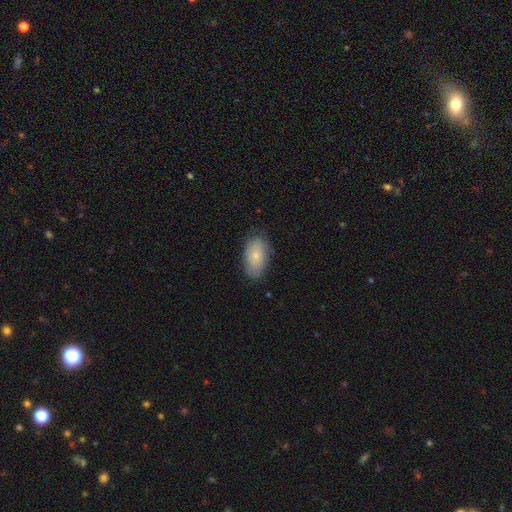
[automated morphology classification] The model was most divided on "merging": none: 78%, minor disturbance: 17%, major disturbance: 4%, merger: 1%. More confident: how rounded — in between (93%); smooth or featured — smooth (77%).